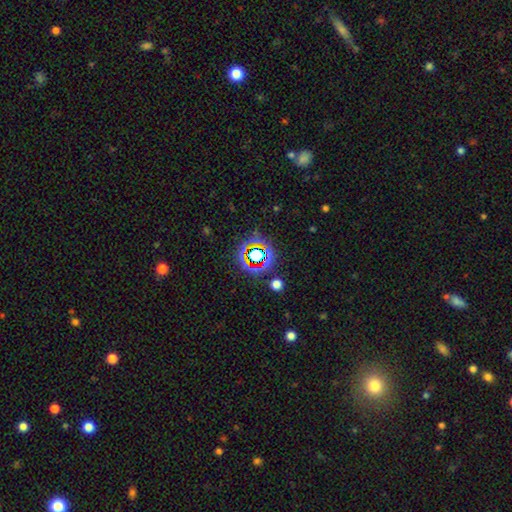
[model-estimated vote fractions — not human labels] Smooth or featured? Predicted: star or artifact (p=0.66).